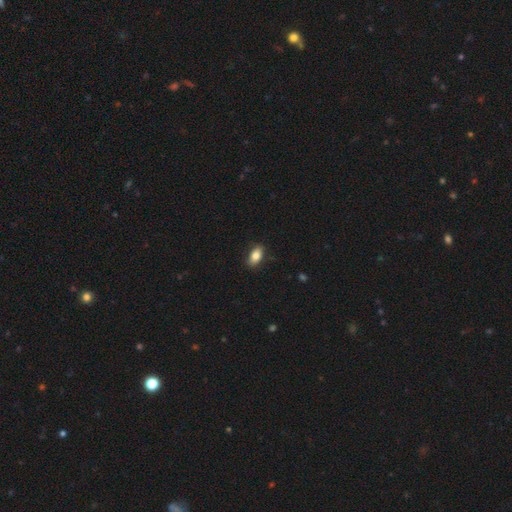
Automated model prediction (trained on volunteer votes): smooth 81%, featured or disk 12%, star or artifact 7%. Down the decision tree: how rounded — in between (89%); merging — none (84%).